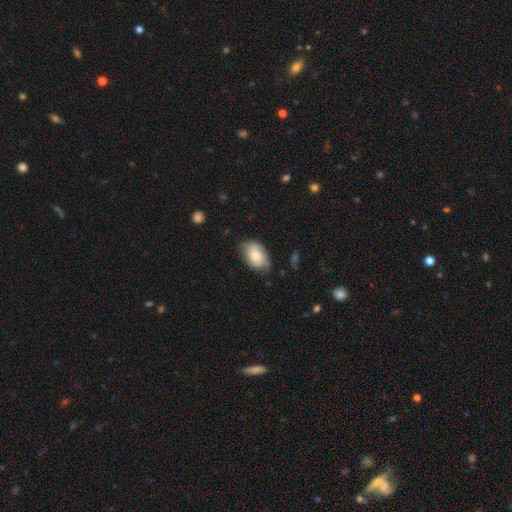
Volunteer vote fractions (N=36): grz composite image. It shows a smooth galaxy with no disk features (78%) that is in between round and cigar-shaped (96%). Merging: none (69%).